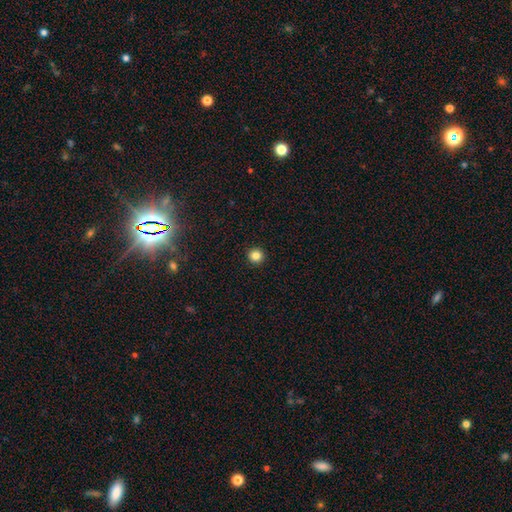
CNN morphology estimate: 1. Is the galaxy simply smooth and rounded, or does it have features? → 84% smooth, 12% star or artifact, 4% featured or disk.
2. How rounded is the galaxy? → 95% round, 4% in between, 1% cigar-shaped.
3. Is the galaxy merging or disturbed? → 93% none, 4% minor disturbance, 1% major disturbance, 1% merger.